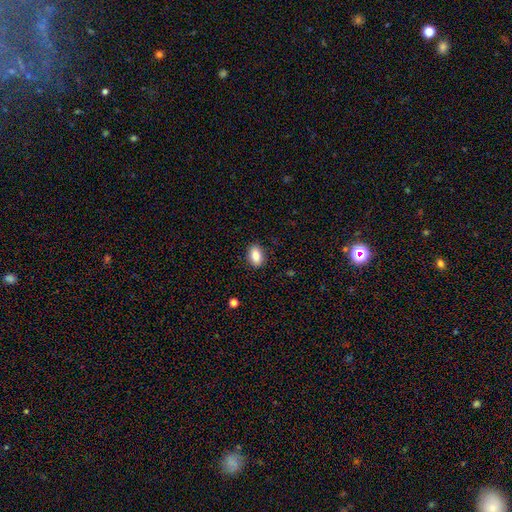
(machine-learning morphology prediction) This appears to be a smooth galaxy with no disk features (86%) that is in between round and cigar-shaped (86%). Merging: none (88%).